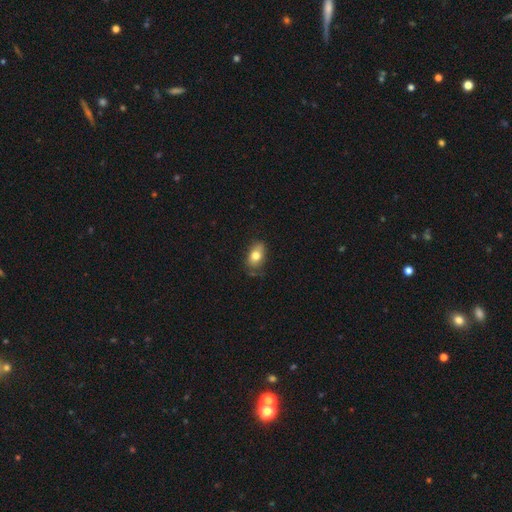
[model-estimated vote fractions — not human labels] smooth-or-featured: smooth: 77% | featured or disk: 14% | star or artifact: 8%
  how-rounded: in between: 85% | round: 13% | cigar-shaped: 2%
  merging: none: 65% | minor disturbance: 26% | major disturbance: 6% | merger: 2%